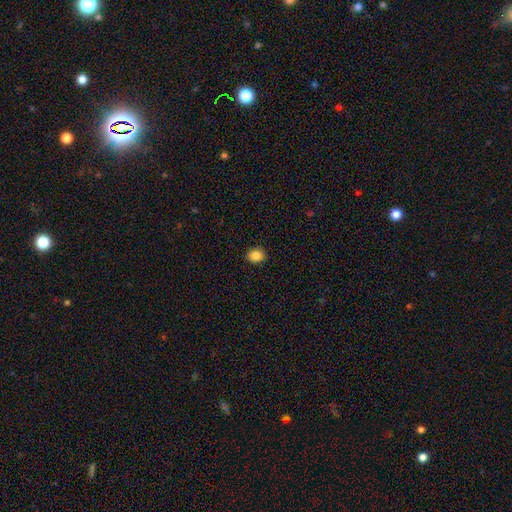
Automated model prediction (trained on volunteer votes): Smooth or featured?
  - smooth: 86% *
  - star or artifact: 10%
  - featured or disk: 4%
How rounded?
  - round: 65% *
  - in between: 34%
  - cigar-shaped: 1%
Merging?
  - none: 89% *
  - minor disturbance: 8%
  - major disturbance: 2%
  - merger: 1%